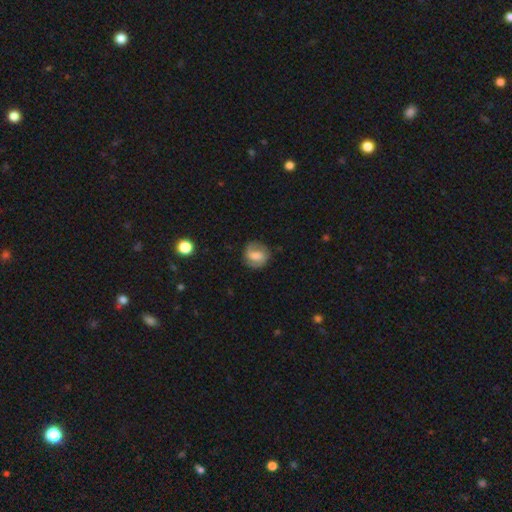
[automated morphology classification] A featured or disk galaxy (58%) with a weak bar (50%), 2 (82%) medium (46%) spiral arms (89%) and a moderate central bulge (36%). Merging: none (77%).